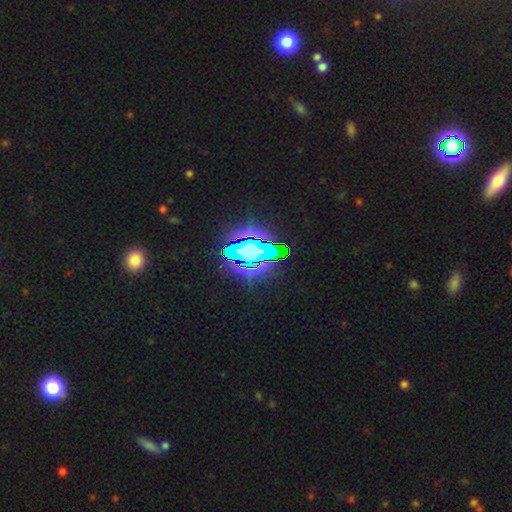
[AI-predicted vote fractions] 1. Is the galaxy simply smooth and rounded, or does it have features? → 71% star or artifact, 16% featured or disk, 13% smooth.